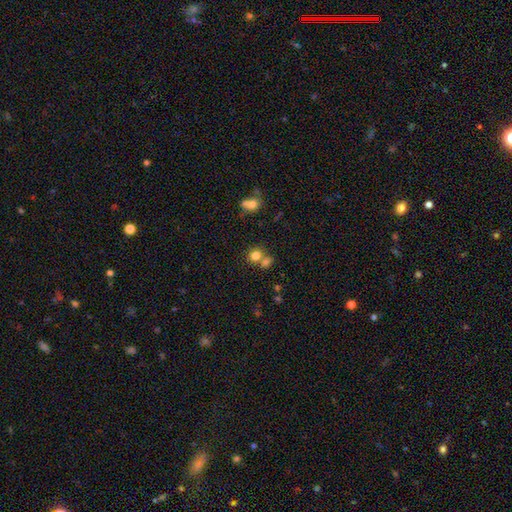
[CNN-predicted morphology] This appears to be a smooth galaxy with no disk features (78%) that is round (78%). Merging: none (48%).